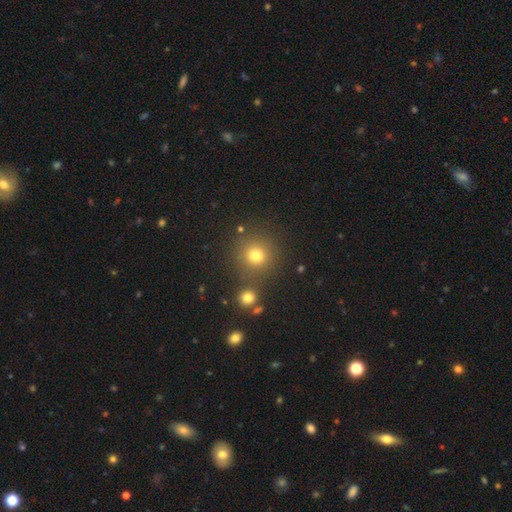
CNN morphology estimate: Smooth or featured? Predicted: smooth (p=0.75). How rounded? Predicted: round (p=0.93). Merging? Predicted: none (p=0.82).